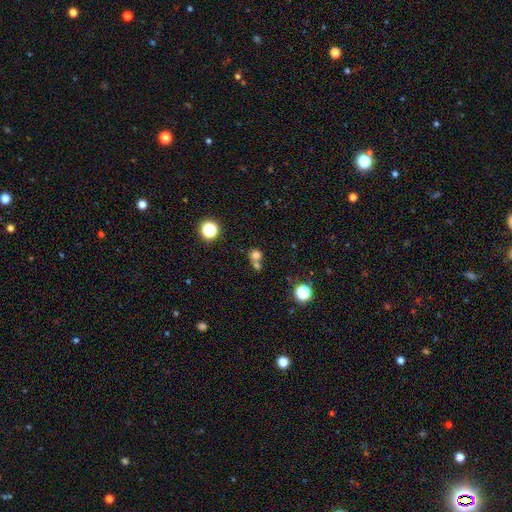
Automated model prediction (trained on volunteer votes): smooth 73%, star or artifact 18%, featured or disk 10%. Down the decision tree: how rounded — round (81%); merging — merger (48%).